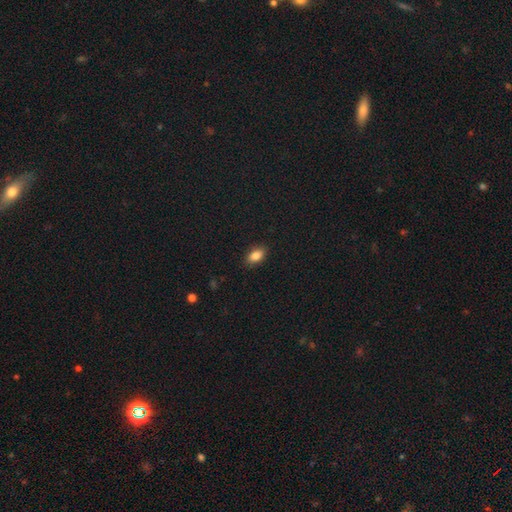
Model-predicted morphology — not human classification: Overall: smooth (85%). How rounded: in between (88%). Merging: none (88%).